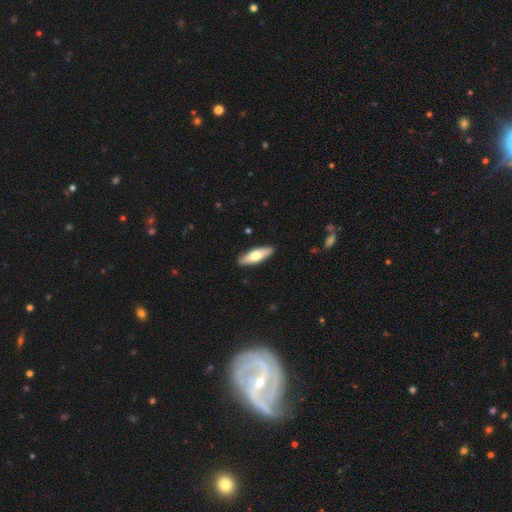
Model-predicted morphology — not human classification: A smooth galaxy with no disk features (65%) that is in between round and cigar-shaped (50%). Merging: none (89%).